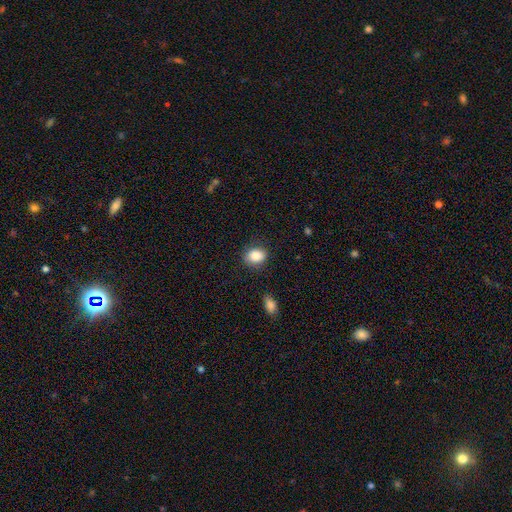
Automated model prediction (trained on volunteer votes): smooth-or-featured: smooth: 87% | star or artifact: 8% | featured or disk: 5%
  how-rounded: in between: 56% | round: 43% | cigar-shaped: 1%
  merging: none: 80% | minor disturbance: 14% | major disturbance: 4% | merger: 2%